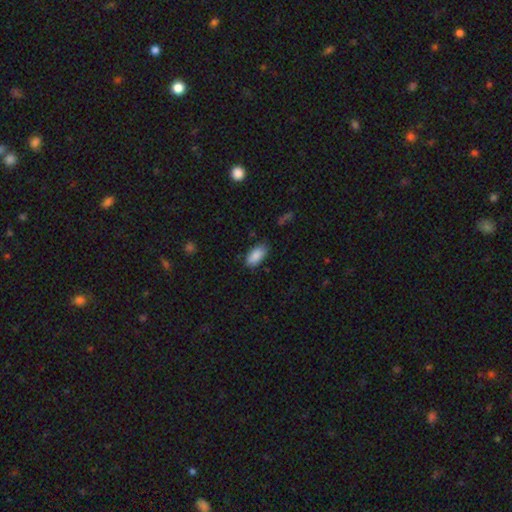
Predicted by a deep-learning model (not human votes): smooth_or_featured: smooth (p=0.88) [alt: star or artifact p=0.07]
how_rounded: in between (p=0.93) [alt: cigar-shaped p=0.04]
merging: none (p=0.77) [alt: minor disturbance p=0.18]